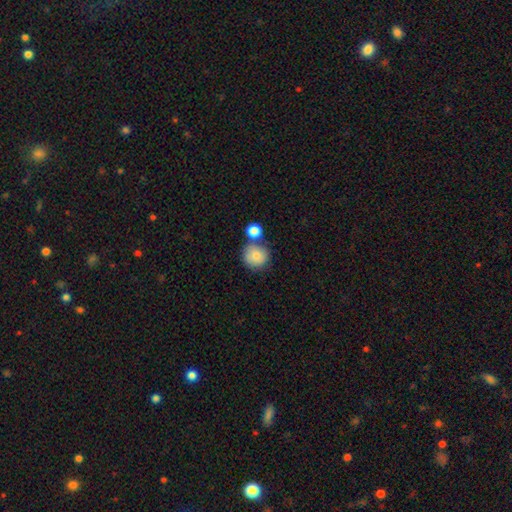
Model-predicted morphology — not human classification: Smooth or featured?
  - smooth: 82% *
  - featured or disk: 9%
  - star or artifact: 8%
How rounded?
  - round: 90% *
  - in between: 9%
  - cigar-shaped: 1%
Merging?
  - none: 57% *
  - merger: 27%
  - minor disturbance: 12%
  - major disturbance: 4%